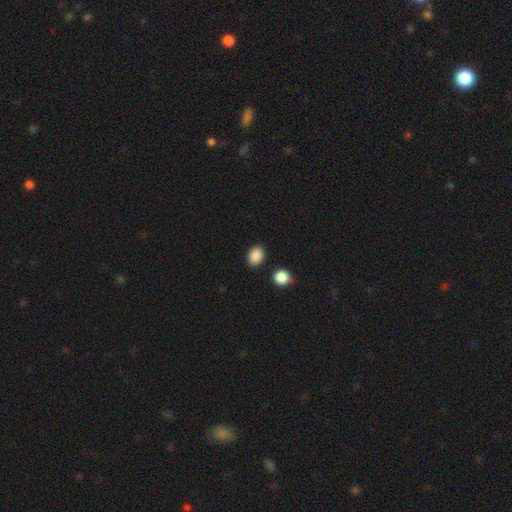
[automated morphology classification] type=smooth (88%); roundness=in between (70%); merging=none (86%).